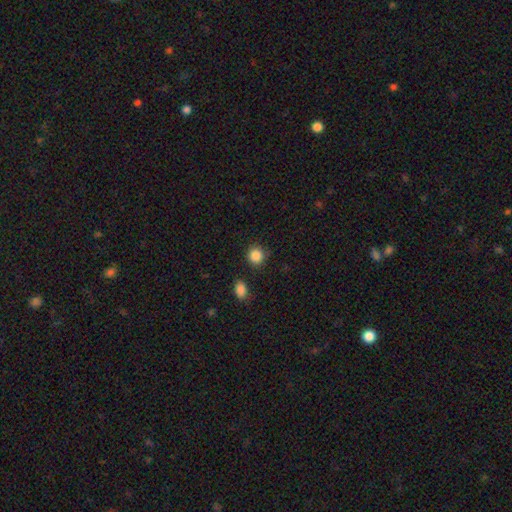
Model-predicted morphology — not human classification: This is clearly a smooth galaxy (87%). How rounded: clearly round (89%). Merging: clearly none (85%).